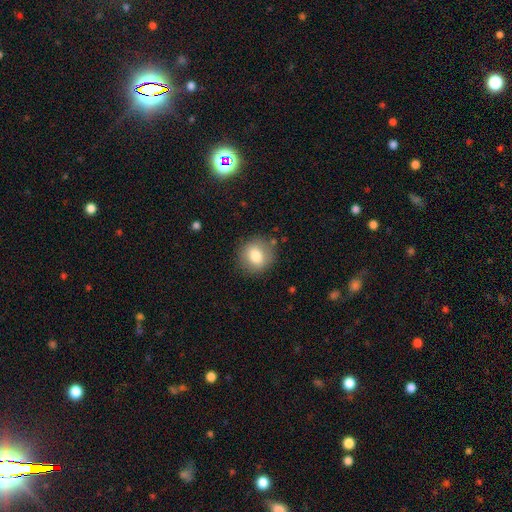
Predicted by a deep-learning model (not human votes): Morphology: type=smooth (79%); roundness=round (83%); merging=none (85%).